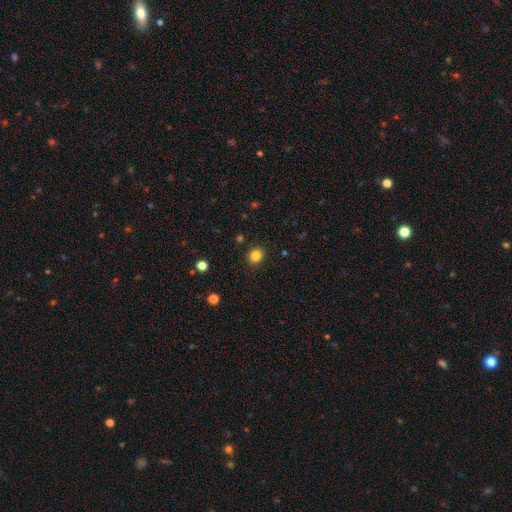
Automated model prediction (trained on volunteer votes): Smooth or featured: smooth — 84% (star or artifact — 12%)
How rounded: round — 77% (in between — 22%)
Merging: none — 90% (minor disturbance — 6%)